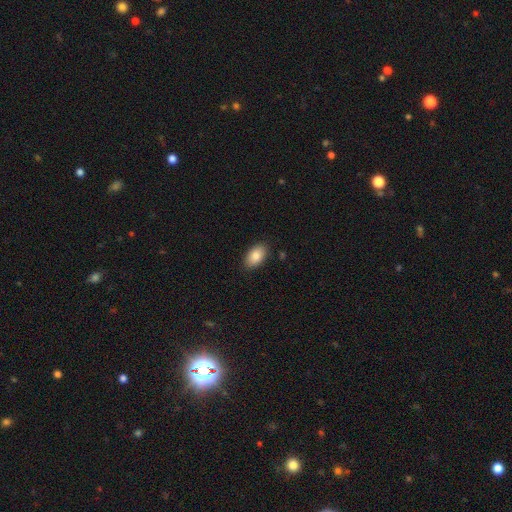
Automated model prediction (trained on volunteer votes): Morphology: type=smooth (86%); roundness=in between (93%); merging=none (87%).